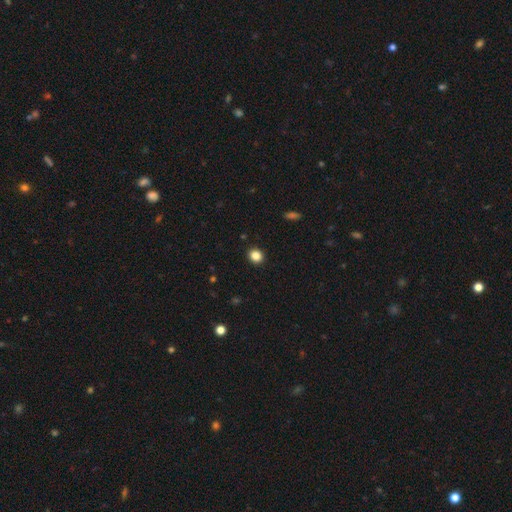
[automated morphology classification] smooth-or-featured: smooth: 85% | star or artifact: 11% | featured or disk: 4%
  how-rounded: round: 75% | in between: 24% | cigar-shaped: 1%
  merging: none: 92% | minor disturbance: 5% | major disturbance: 2% | merger: 1%